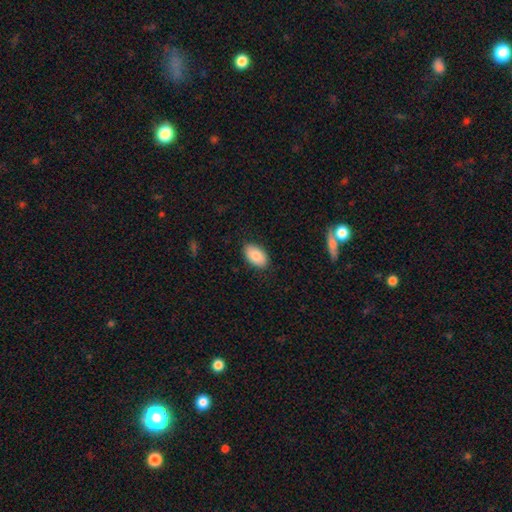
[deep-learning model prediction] smooth 84%, featured or disk 10%, star or artifact 6%. Down the decision tree: how rounded — in between (93%); merging — none (87%).